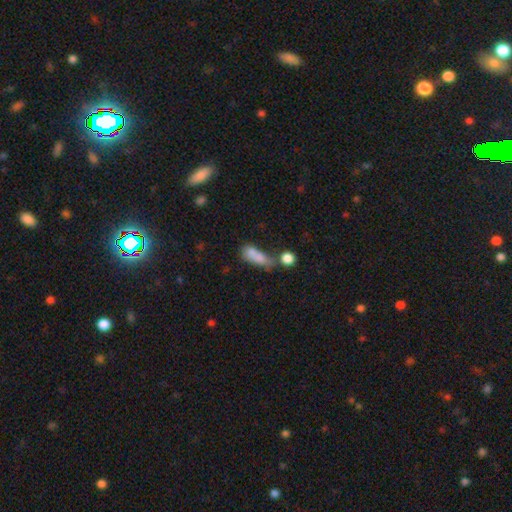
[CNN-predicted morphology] Overall: smooth (75%). How rounded: in between (68%). Merging: merger (45%; none 24%).